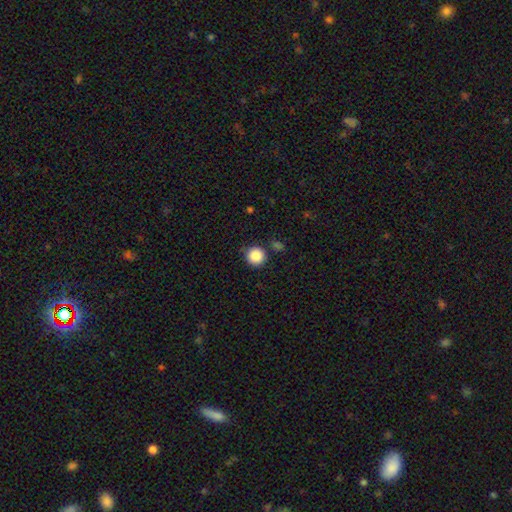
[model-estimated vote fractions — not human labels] The model was most divided on "merging": none: 84%, minor disturbance: 9%, merger: 4%, major disturbance: 3%. More confident: how rounded — round (95%); smooth or featured — smooth (87%).